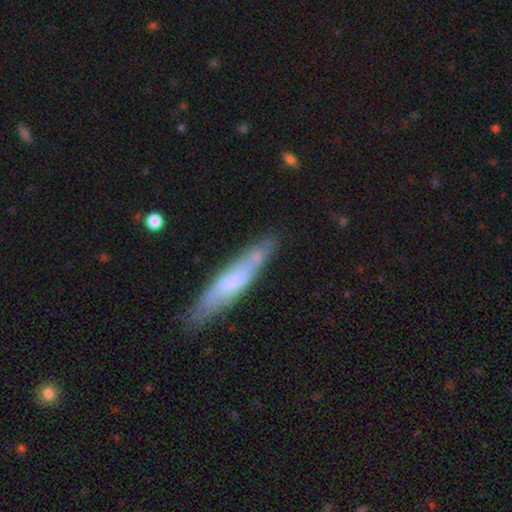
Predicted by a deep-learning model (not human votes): The model was most divided on "smooth or featured": smooth: 53%, featured or disk: 40%, star or artifact: 7%. More confident: how rounded — cigar-shaped (86%); merging — none (75%).